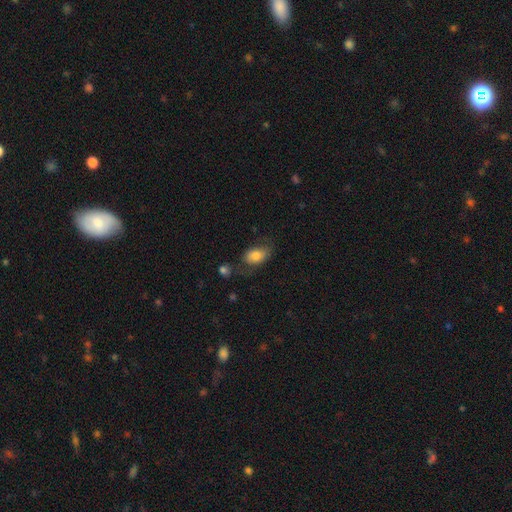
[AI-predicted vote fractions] Q: Smooth or featured?
A: smooth (76%); runner-up: featured or disk (16%)
Q: How rounded?
A: in between (88%); runner-up: round (10%)
Q: Merging?
A: none (57%); runner-up: minor disturbance (24%)